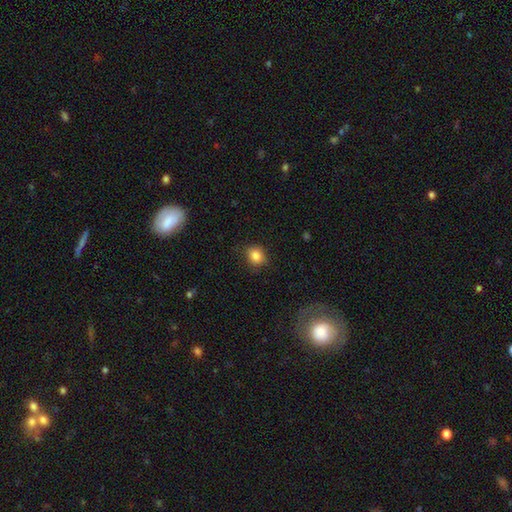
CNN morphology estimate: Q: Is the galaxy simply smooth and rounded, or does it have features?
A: smooth — 85%.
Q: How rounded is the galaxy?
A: round — 65%.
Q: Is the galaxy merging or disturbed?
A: none — 81%.